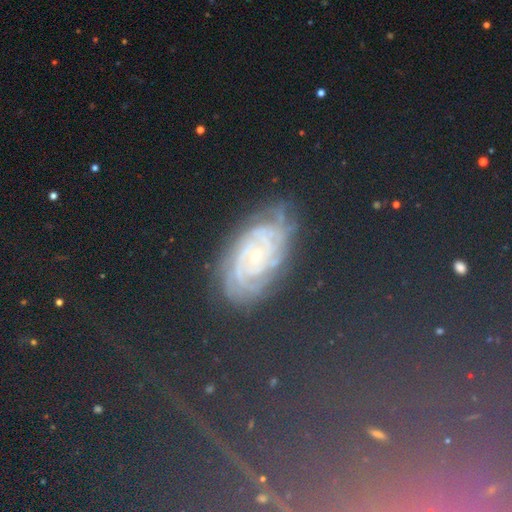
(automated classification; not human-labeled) This is marginally a star or artifact rather than a galaxy (40%).